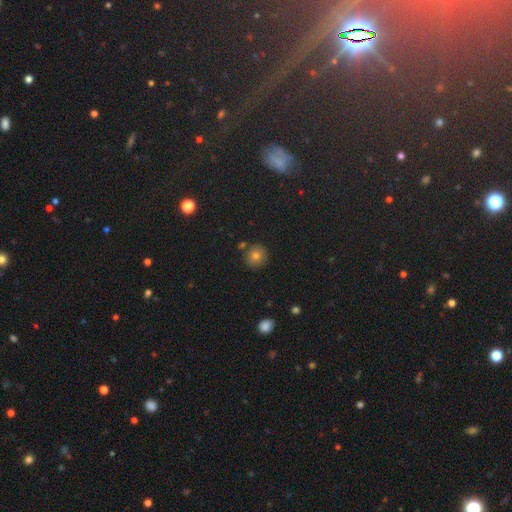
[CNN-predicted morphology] Smooth or featured: smooth — 76% (star or artifact — 14%)
How rounded: round — 89% (in between — 10%)
Merging: none — 81% (minor disturbance — 10%)